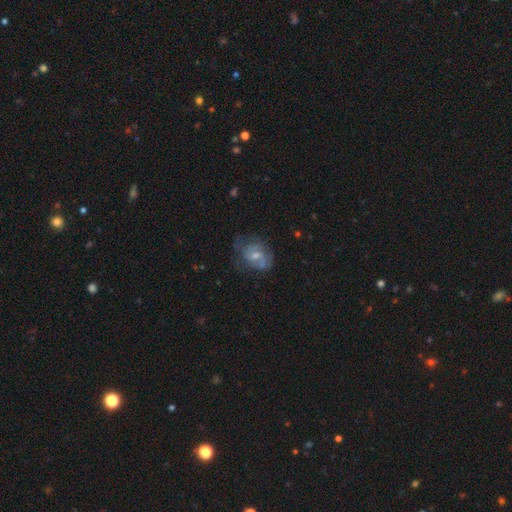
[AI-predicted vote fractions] Smooth or featured? featured or disk (63%)
Edge-on disk? no (97%)
Bar? no (54%)
Spiral arms? yes (72%)
Bulge size? moderate (46%)
Merging? none (48%)